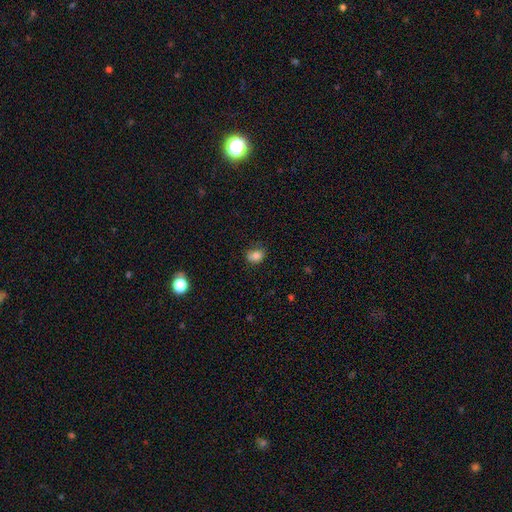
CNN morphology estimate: Smooth or featured?
  - smooth: 83% *
  - star or artifact: 11%
  - featured or disk: 7%
How rounded?
  - in between: 60% *
  - round: 39%
  - cigar-shaped: 1%
Merging?
  - none: 65% *
  - minor disturbance: 26%
  - major disturbance: 7%
  - merger: 2%